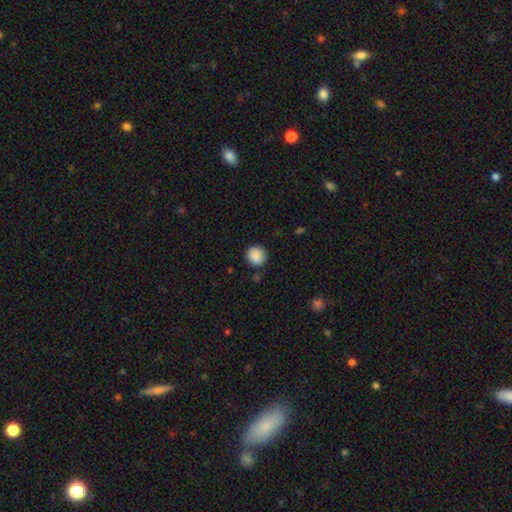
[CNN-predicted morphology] smooth-or-featured: smooth: 88% | star or artifact: 8% | featured or disk: 4%
  how-rounded: round: 90% | in between: 9% | cigar-shaped: 1%
  merging: none: 86% | minor disturbance: 10% | major disturbance: 3% | merger: 2%